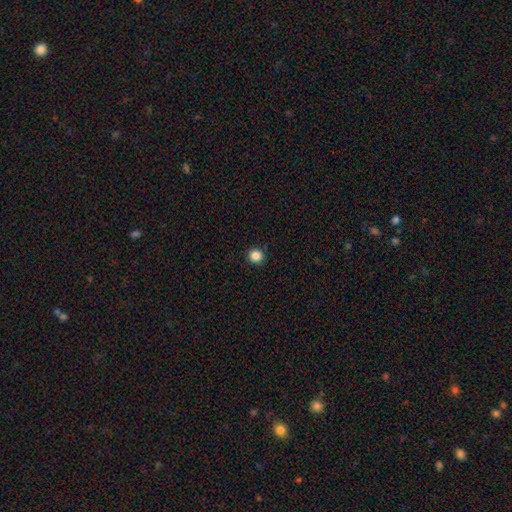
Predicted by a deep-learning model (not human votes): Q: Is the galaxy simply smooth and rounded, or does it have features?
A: smooth — 85%.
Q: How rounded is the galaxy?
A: round — 92%.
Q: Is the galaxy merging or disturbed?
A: none — 92%.